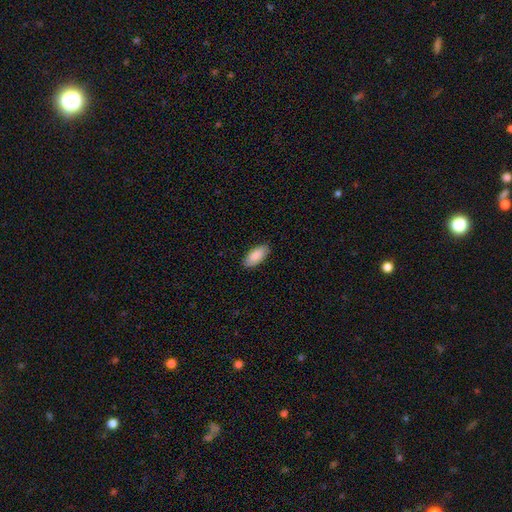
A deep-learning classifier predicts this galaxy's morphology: Smooth or featured?
  - smooth: 89% *
  - featured or disk: 6%
  - star or artifact: 5%
How rounded?
  - in between: 91% *
  - cigar-shaped: 8%
  - round: 2%
Merging?
  - none: 88% *
  - minor disturbance: 9%
  - major disturbance: 2%
  - merger: 1%